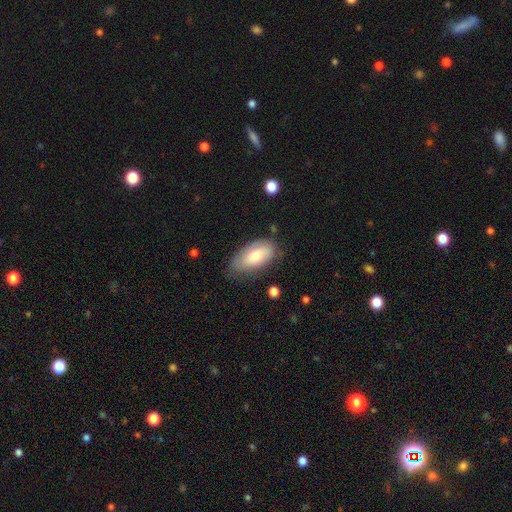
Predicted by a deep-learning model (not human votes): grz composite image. It shows a smooth galaxy with no disk features (71%) that is in between round and cigar-shaped (92%). Merging: none (64%).